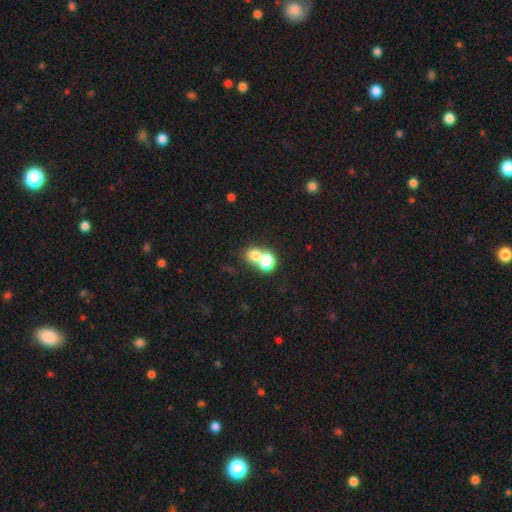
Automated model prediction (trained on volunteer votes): Morphology: type=smooth (72%); roundness=round (70%); merging=merger (57%).